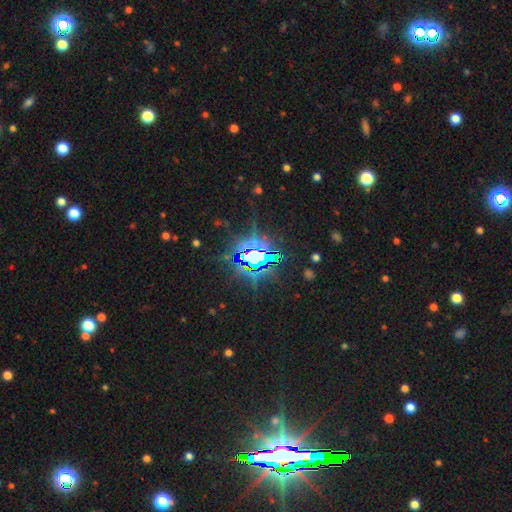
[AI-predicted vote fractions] This is clearly a star or artifact rather than a galaxy (86%).